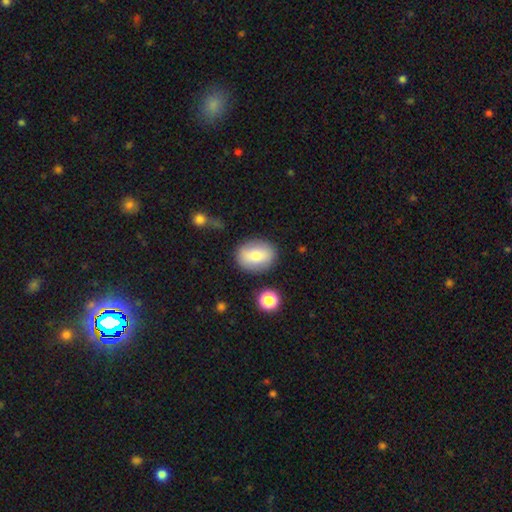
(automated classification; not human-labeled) A smooth galaxy with no disk features (74%) that is in between round and cigar-shaped (55%).

Vote fractions:
- Smooth or featured? smooth: 74% / featured or disk: 18% / star or artifact: 8%
- How rounded? in between: 55% / round: 44% / cigar-shaped: 1%
- Merging? none: 83% / minor disturbance: 11% / major disturbance: 3% / merger: 3%